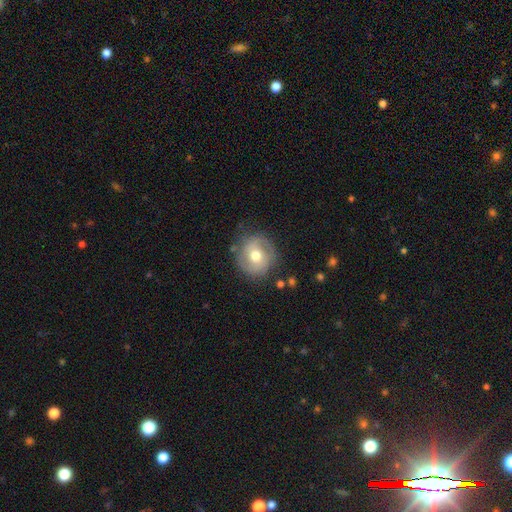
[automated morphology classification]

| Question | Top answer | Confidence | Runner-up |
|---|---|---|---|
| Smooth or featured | smooth | 47% | featured or disk (45%) |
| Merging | none | 75% | minor disturbance (16%) |